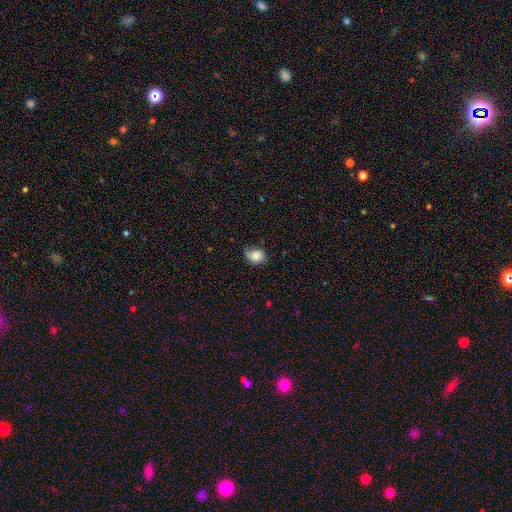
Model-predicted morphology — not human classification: This appears to be a smooth galaxy with no disk features (78%) that is in between round and cigar-shaped (56%). Merging: none (50%).